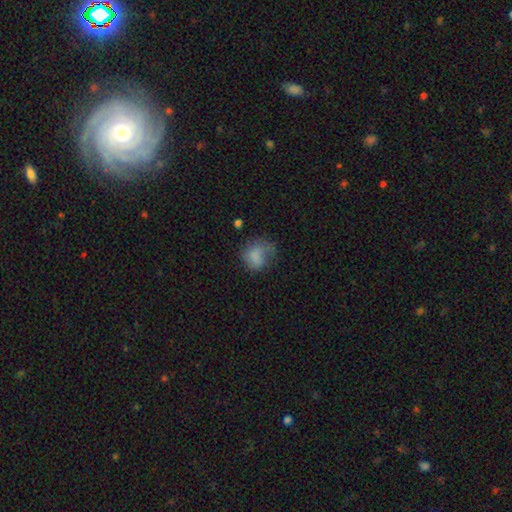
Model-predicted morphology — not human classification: smooth 75%, featured or disk 15%, star or artifact 10%. Down the decision tree: how rounded — round (60%); merging — none (40%).